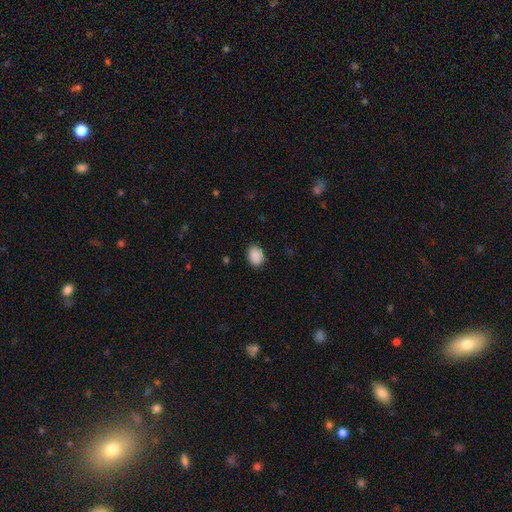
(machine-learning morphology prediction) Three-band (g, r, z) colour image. It shows a smooth galaxy with no disk features (90%) that is in between round and cigar-shaped (68%). Merging: none (86%).